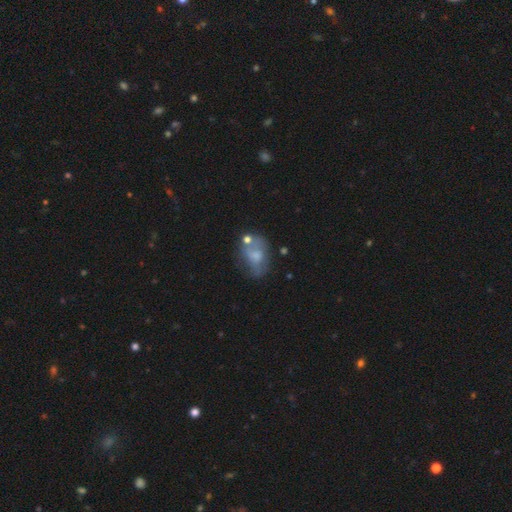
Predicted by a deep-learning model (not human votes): The model was most divided on "smooth or featured": smooth: 50%, featured or disk: 39%, star or artifact: 11%. Remaining: how rounded — in between (77%); merging — none (38%).